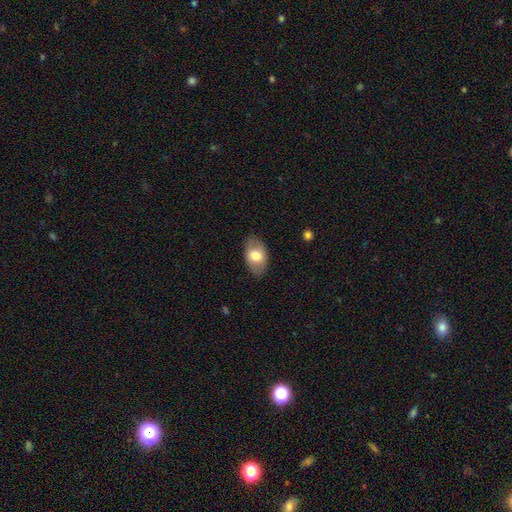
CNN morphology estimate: Q: Smooth or featured?
A: smooth (69%); runner-up: featured or disk (25%)
Q: How rounded?
A: in between (91%); runner-up: round (8%)
Q: Merging?
A: none (83%); runner-up: minor disturbance (12%)